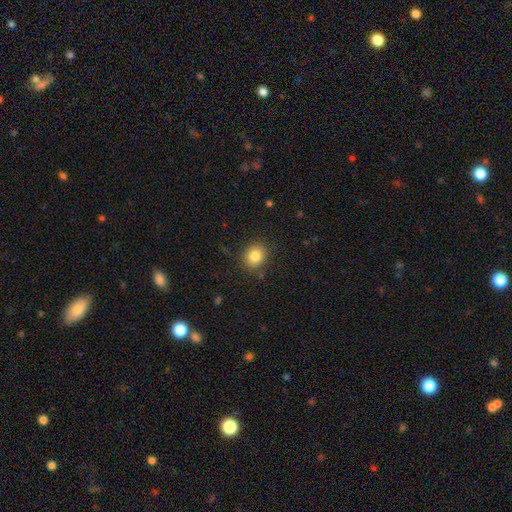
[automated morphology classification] A smooth galaxy with no disk features (83%) that is round (72%).

Vote fractions:
- Smooth or featured? smooth: 83% / star or artifact: 11% / featured or disk: 7%
- How rounded? round: 72% / in between: 27% / cigar-shaped: 1%
- Merging? none: 86% / minor disturbance: 9% / major disturbance: 3% / merger: 2%